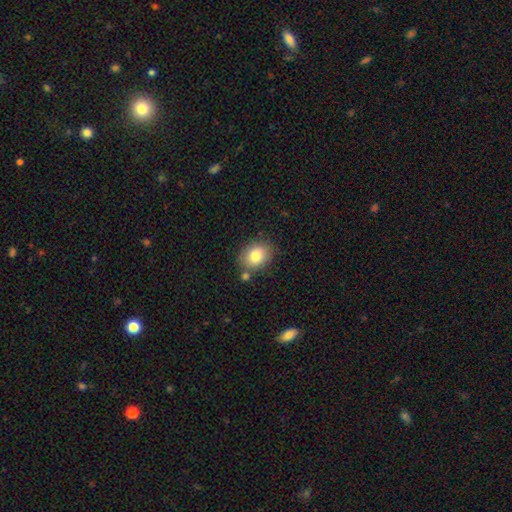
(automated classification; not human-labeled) Smooth or featured? Predicted: smooth (p=0.82). How rounded? Predicted: in between (p=0.64). Merging? Predicted: none (p=0.74).